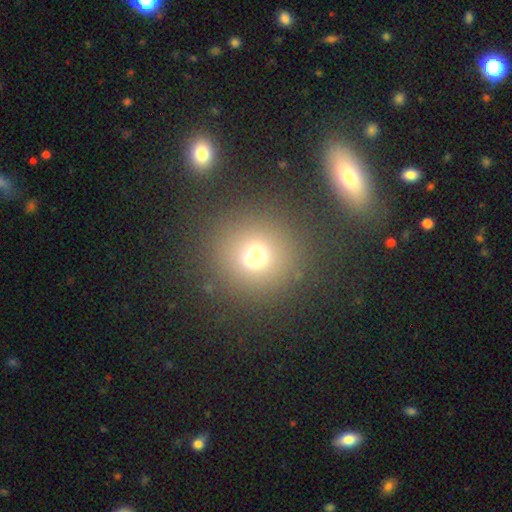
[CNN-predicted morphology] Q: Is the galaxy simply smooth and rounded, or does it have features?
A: smooth — 66%.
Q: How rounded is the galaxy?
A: round — 89%.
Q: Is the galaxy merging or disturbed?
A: none — 67%.